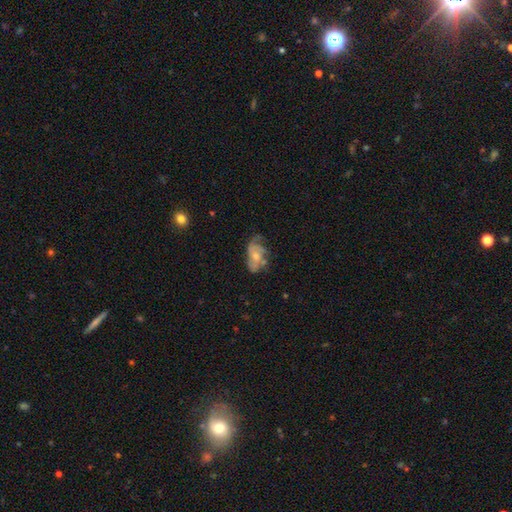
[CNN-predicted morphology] This appears to be a featured or disk galaxy (60%) with no bar (74%), spiral arms (70%) and a moderate central bulge (50%). Merging: none (38%).